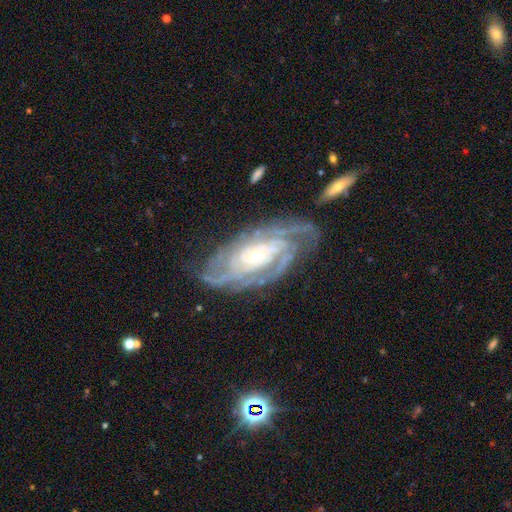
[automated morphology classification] Q: Smooth or featured?
A: featured or disk (89%); runner-up: smooth (6%)
Q: Edge-on disk?
A: no (94%); runner-up: yes (6%)
Q: Bar?
A: no (70%); runner-up: weak (21%)
Q: Spiral arms?
A: yes (97%); runner-up: no (3%)
Q: Spiral winding?
A: tight (71%); runner-up: medium (24%)
Q: Spiral arm count?
A: can't tell (25%); runner-up: 4 (23%)
Q: Bulge size?
A: small (68%); runner-up: moderate (27%)
Q: Merging?
A: none (69%); runner-up: minor disturbance (19%)